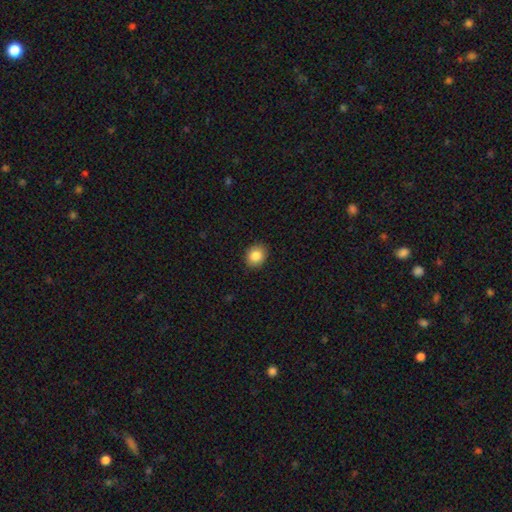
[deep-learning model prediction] Smooth or featured? Predicted: smooth (p=0.86). How rounded? Predicted: round (p=0.63). Merging? Predicted: none (p=0.90).